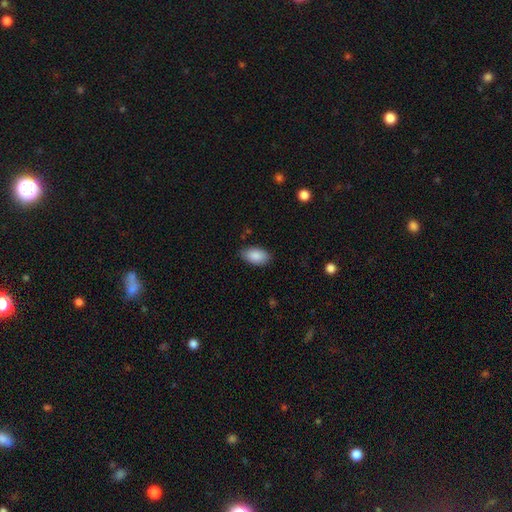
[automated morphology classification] smooth 89%, star or artifact 6%, featured or disk 5%. Down the decision tree: how rounded — in between (94%); merging — none (83%).